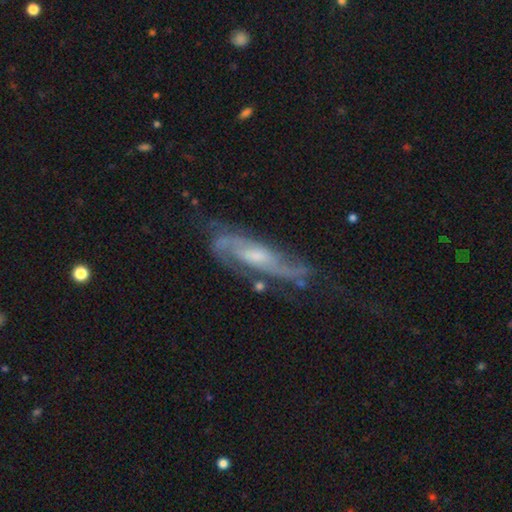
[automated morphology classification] featured or disk 83%, smooth 10%, star or artifact 7%. Down the decision tree: edge-on disk — no (78%); bar — no (47%); spiral arms — yes (94%); spiral arm count — 2 (62%); spiral winding — medium (48%); bulge size — small (43%, tied with moderate); merging — none (64%).